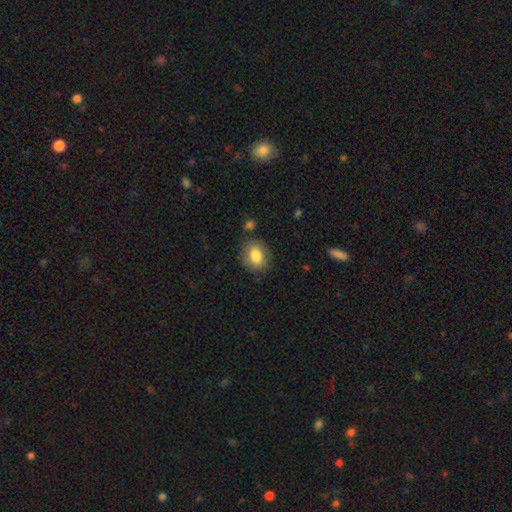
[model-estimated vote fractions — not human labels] Morphology: type=smooth (83%); roundness=in between (52%); merging=none (79%).